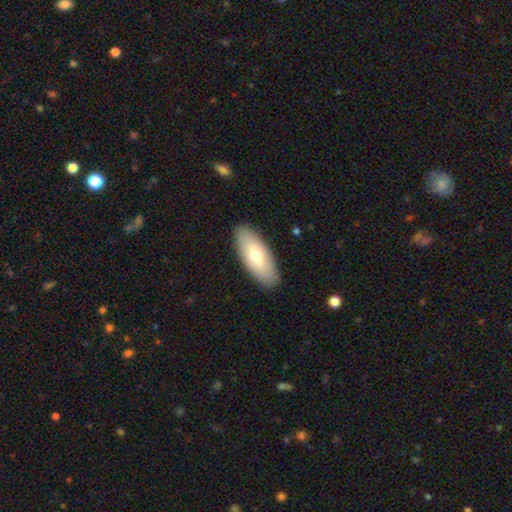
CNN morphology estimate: smooth_or_featured: smooth (p=0.69) [alt: featured or disk p=0.25]
how_rounded: in between (p=0.82) [alt: cigar-shaped p=0.16]
merging: none (p=0.89) [alt: minor disturbance p=0.08]